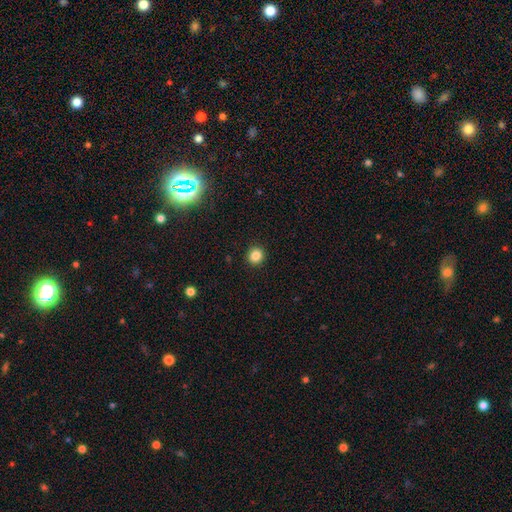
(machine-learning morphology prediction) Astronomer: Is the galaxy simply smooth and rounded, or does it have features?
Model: smooth — 85%.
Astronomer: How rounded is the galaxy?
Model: round — 90%.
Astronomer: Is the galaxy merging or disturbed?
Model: none — 92%.